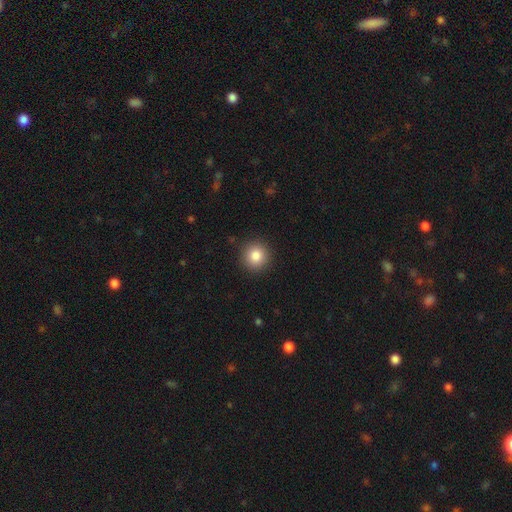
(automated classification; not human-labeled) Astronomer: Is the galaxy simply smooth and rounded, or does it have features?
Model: smooth — 84%.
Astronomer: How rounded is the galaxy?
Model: round — 94%.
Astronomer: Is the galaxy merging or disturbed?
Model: none — 91%.